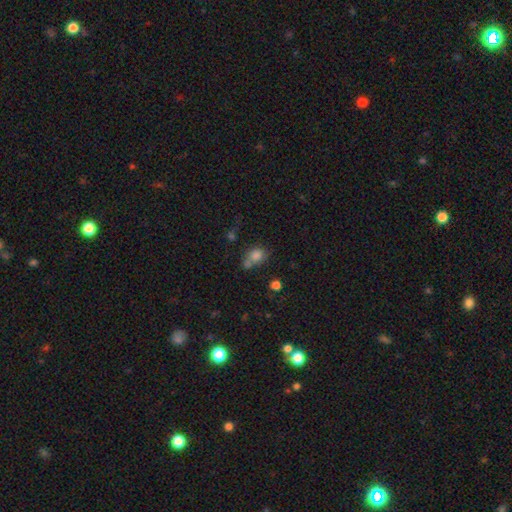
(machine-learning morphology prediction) A smooth galaxy with no disk features (78%) that is round (53%). Merging: none (43%).